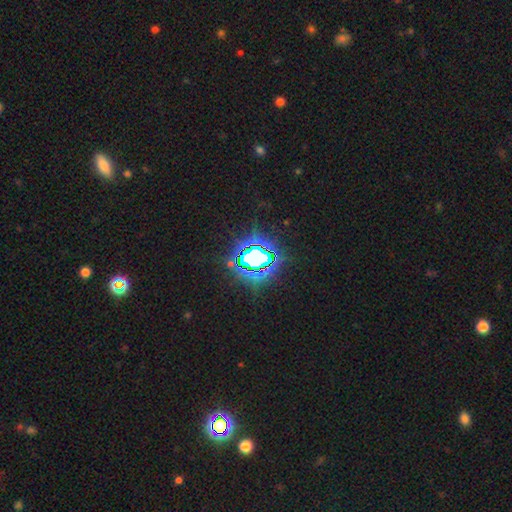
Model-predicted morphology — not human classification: Smooth or featured: star or artifact — 77% (smooth — 14%)